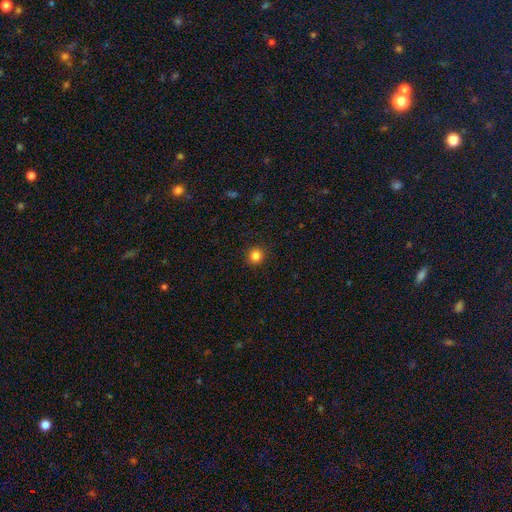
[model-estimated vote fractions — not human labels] smooth-or-featured: smooth: 84% | star or artifact: 12% | featured or disk: 5%
  how-rounded: round: 92% | in between: 7% | cigar-shaped: 1%
  merging: none: 92% | minor disturbance: 5% | major disturbance: 2% | merger: 1%